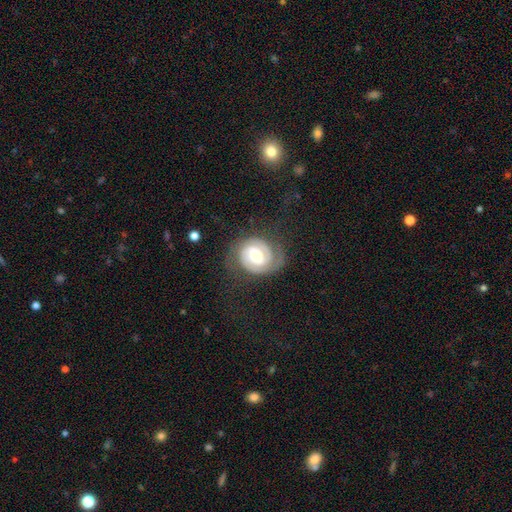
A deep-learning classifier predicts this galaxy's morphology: Smooth or featured: featured or disk — 81% (smooth — 13%)
Edge-on disk: no — 98% (yes — 2%)
Bar: weak — 50% (strong — 27%)
Spiral arms: yes — 95% (no — 5%)
Spiral winding: tight — 58% (medium — 33%)
Spiral arm count: 2 — 83% (can't tell — 7%)
Bulge size: moderate — 53% (small — 24%)
Merging: none — 68% (minor disturbance — 17%)